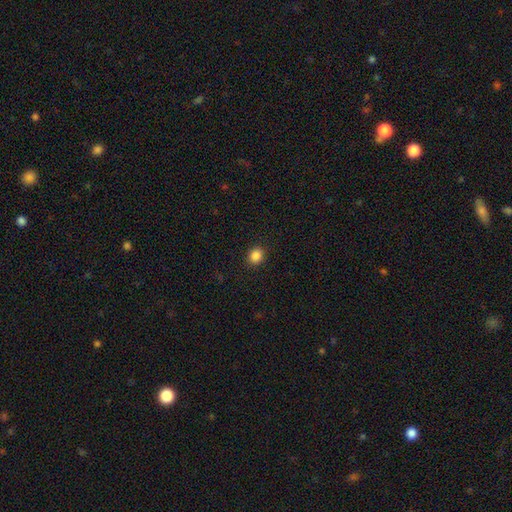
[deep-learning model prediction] Q: Smooth or featured?
A: smooth (87%); runner-up: star or artifact (10%)
Q: How rounded?
A: round (69%); runner-up: in between (30%)
Q: Merging?
A: none (90%); runner-up: minor disturbance (6%)